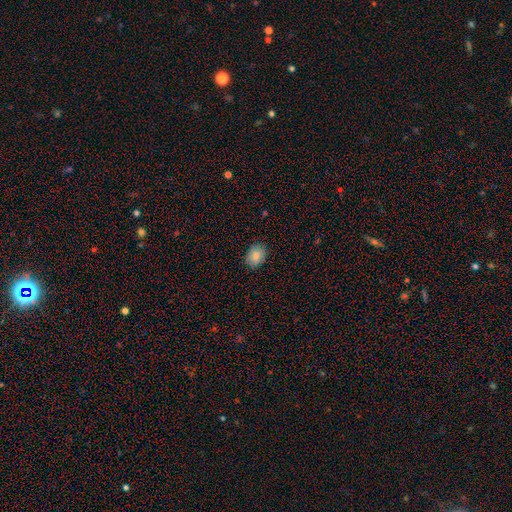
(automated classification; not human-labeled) Smooth or featured: smooth — 85% (star or artifact — 8%)
How rounded: in between — 55% (round — 44%)
Merging: none — 87% (minor disturbance — 10%)